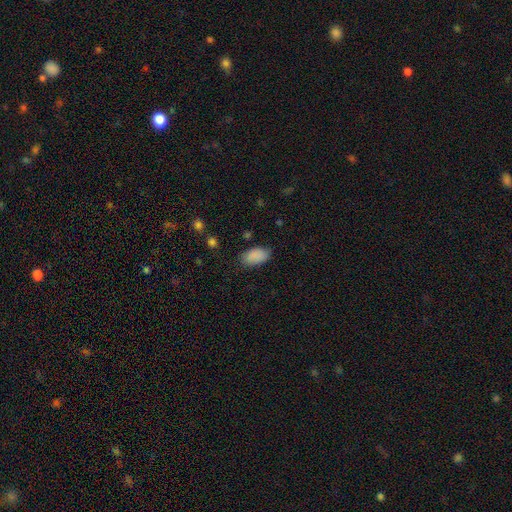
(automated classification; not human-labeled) This is clearly a smooth galaxy (89%). How rounded: clearly in between (94%). Merging: clearly none (82%).